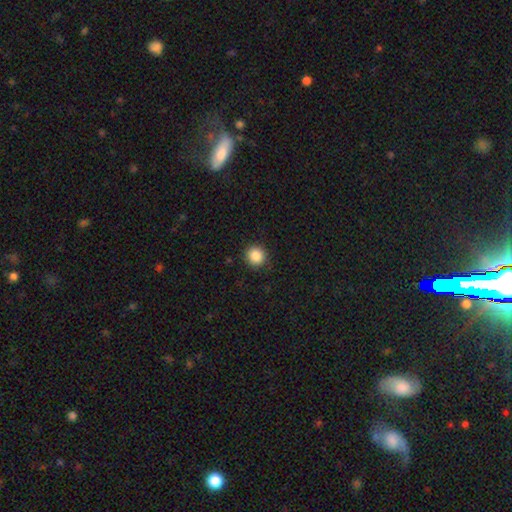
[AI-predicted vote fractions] smooth 87%, star or artifact 10%, featured or disk 3%. Down the decision tree: how rounded — round (92%); merging — none (90%).